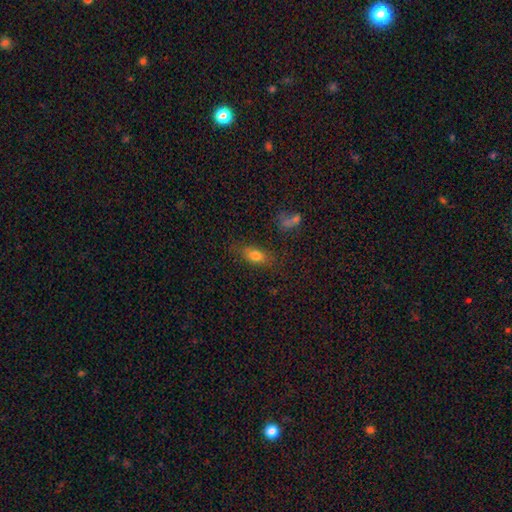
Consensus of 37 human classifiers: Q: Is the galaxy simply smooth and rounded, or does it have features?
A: smooth — 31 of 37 (84%).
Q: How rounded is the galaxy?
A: in between — 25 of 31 (81%).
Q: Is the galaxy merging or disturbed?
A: none — 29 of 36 (81%).